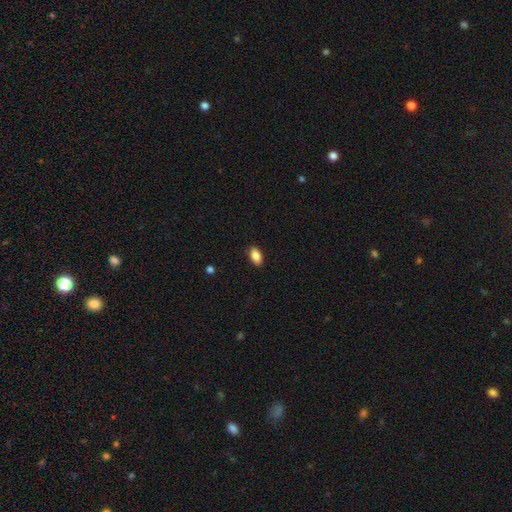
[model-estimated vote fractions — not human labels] A smooth galaxy with no disk features (87%) that is in between round and cigar-shaped (91%).

Vote fractions:
- Smooth or featured? smooth: 87% / star or artifact: 7% / featured or disk: 6%
- How rounded? in between: 91% / cigar-shaped: 4% / round: 4%
- Merging? none: 89% / minor disturbance: 8% / major disturbance: 2% / merger: 1%